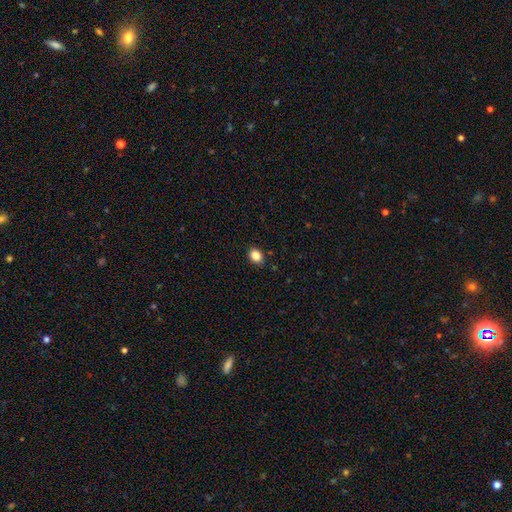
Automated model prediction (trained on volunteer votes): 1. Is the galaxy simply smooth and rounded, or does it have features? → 85% smooth, 10% star or artifact, 5% featured or disk.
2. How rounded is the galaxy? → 63% in between, 36% round, 1% cigar-shaped.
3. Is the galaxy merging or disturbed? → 88% none, 9% minor disturbance, 2% major disturbance, 1% merger.